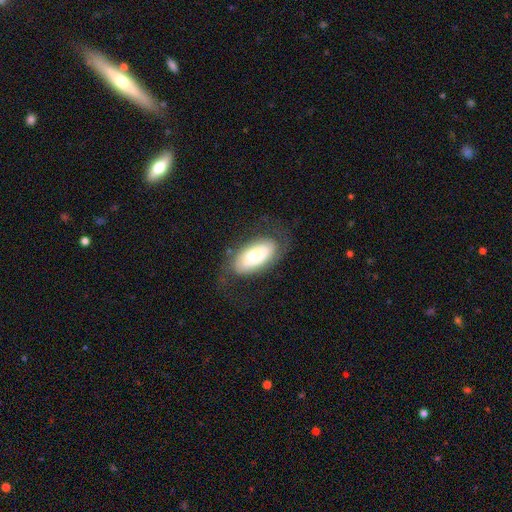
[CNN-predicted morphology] Smooth or featured? smooth (50%)
Merging? none (68%)